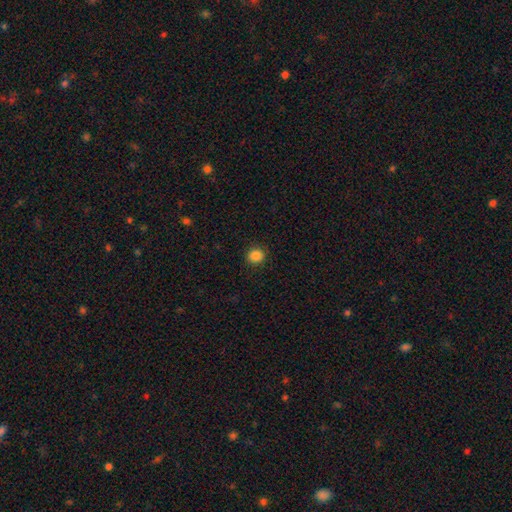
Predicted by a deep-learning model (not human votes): smooth-or-featured: smooth: 86% | star or artifact: 11% | featured or disk: 3%
  how-rounded: round: 90% | in between: 9% | cigar-shaped: 1%
  merging: none: 91% | minor disturbance: 6% | major disturbance: 2% | merger: 1%